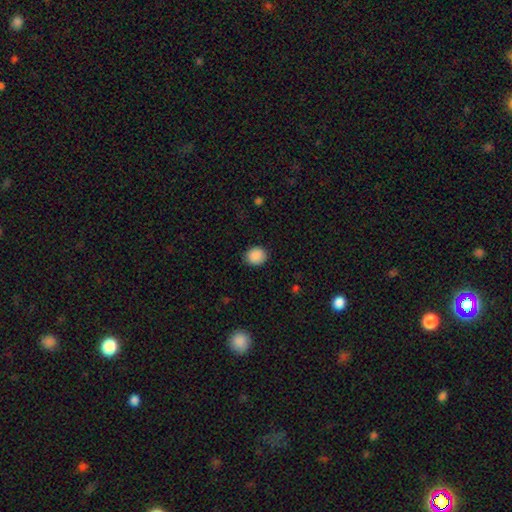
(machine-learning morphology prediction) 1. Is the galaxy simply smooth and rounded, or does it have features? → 89% smooth, 8% star or artifact, 2% featured or disk.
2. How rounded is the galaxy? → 79% round, 20% in between, 1% cigar-shaped.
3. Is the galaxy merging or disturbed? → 89% none, 8% minor disturbance, 2% major disturbance, 1% merger.